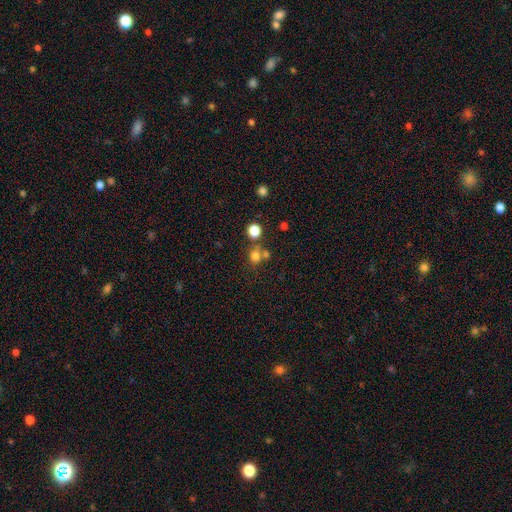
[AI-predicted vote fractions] smooth 75%, star or artifact 17%, featured or disk 8%. Down the decision tree: how rounded — round (68%); merging — none (56%).